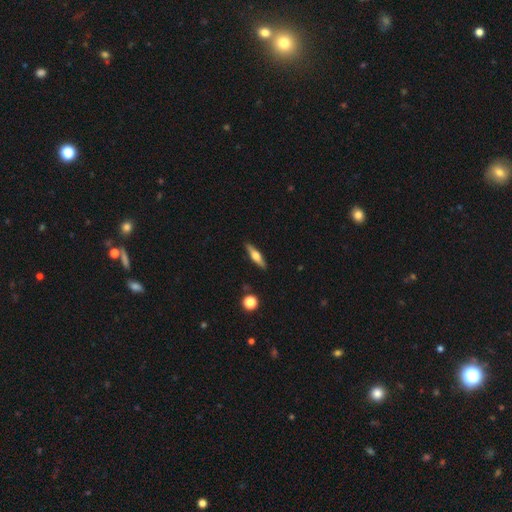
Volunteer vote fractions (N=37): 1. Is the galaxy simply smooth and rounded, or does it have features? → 54% featured or disk, 41% smooth, 5% star or artifact.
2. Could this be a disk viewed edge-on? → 90% yes, 10% no.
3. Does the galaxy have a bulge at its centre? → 100% rounded, 0% boxy, 0% none.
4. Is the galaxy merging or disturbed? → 94% none, 6% minor disturbance, 0% major disturbance, 0% merger.